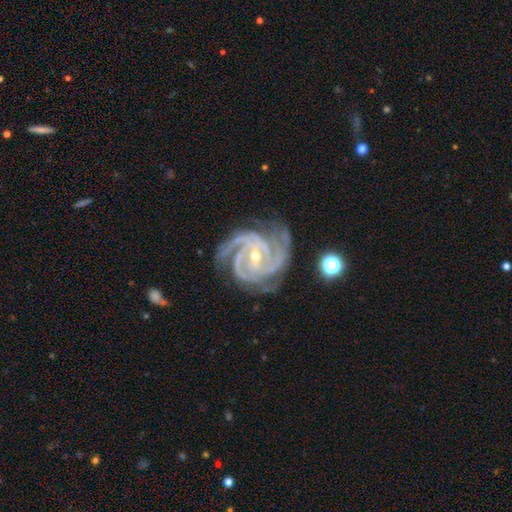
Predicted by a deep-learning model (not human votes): Q: Smooth or featured?
A: featured or disk (94%); runner-up: star or artifact (4%)
Q: Edge-on disk?
A: no (98%); runner-up: yes (2%)
Q: Bar?
A: weak (40%); runner-up: no (31%)
Q: Spiral arms?
A: yes (99%); runner-up: no (1%)
Q: Spiral winding?
A: tight (69%); runner-up: medium (28%)
Q: Spiral arm count?
A: 3 (41%); runner-up: 4 (29%)
Q: Bulge size?
A: small (60%); runner-up: moderate (38%)
Q: Merging?
A: none (73%); runner-up: minor disturbance (18%)